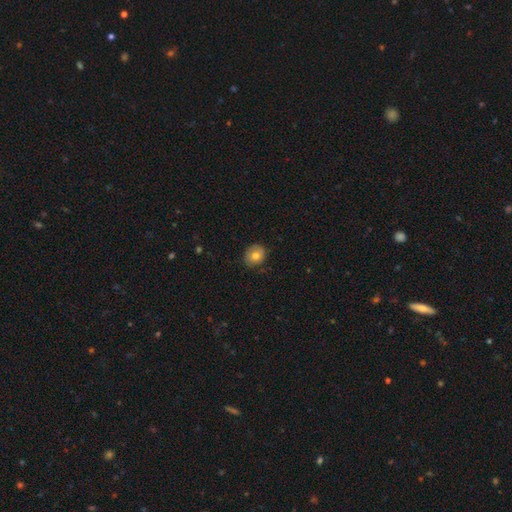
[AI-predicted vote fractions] smooth 74%, featured or disk 17%, star or artifact 9%. Down the decision tree: how rounded — round (76%); merging — none (82%).